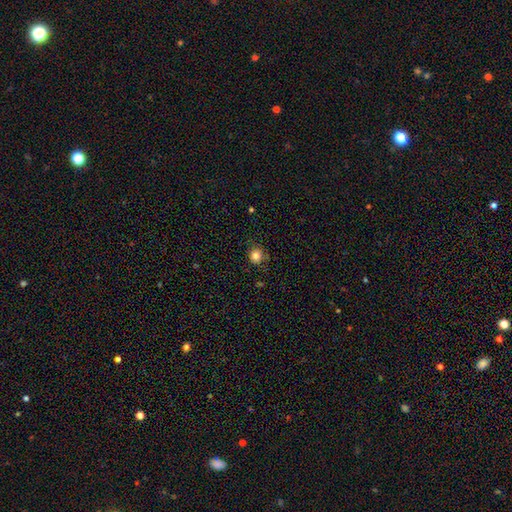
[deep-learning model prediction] smooth_or_featured: smooth (p=0.83) [alt: star or artifact p=0.12]
how_rounded: round (p=0.83) [alt: in between p=0.16]
merging: none (p=0.81) [alt: minor disturbance p=0.14]